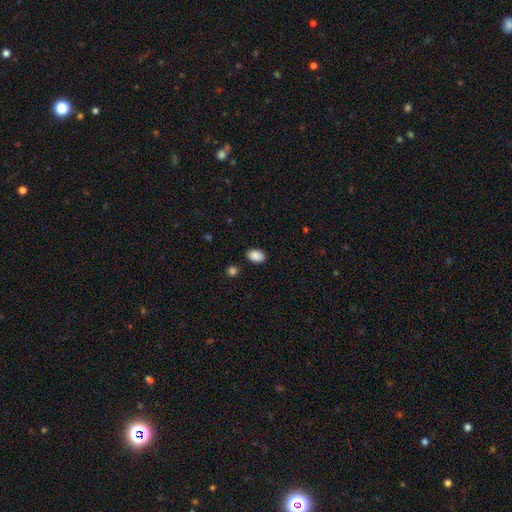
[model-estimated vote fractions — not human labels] Smooth or featured: smooth — 88% (star or artifact — 8%)
How rounded: in between — 82% (round — 17%)
Merging: none — 83% (minor disturbance — 12%)